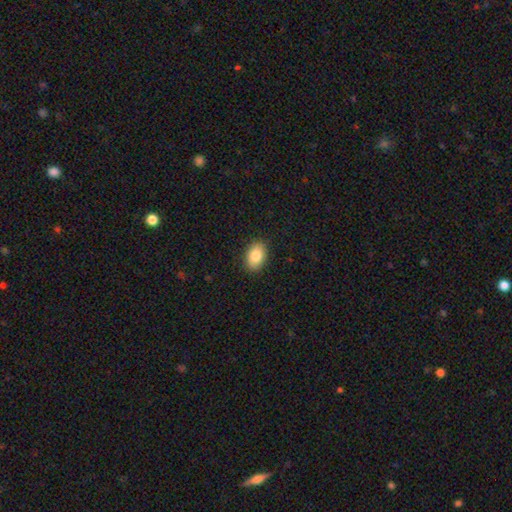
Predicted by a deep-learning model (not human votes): Q: Smooth or featured?
A: smooth (84%); runner-up: featured or disk (8%)
Q: How rounded?
A: in between (85%); runner-up: round (14%)
Q: Merging?
A: none (90%); runner-up: minor disturbance (8%)